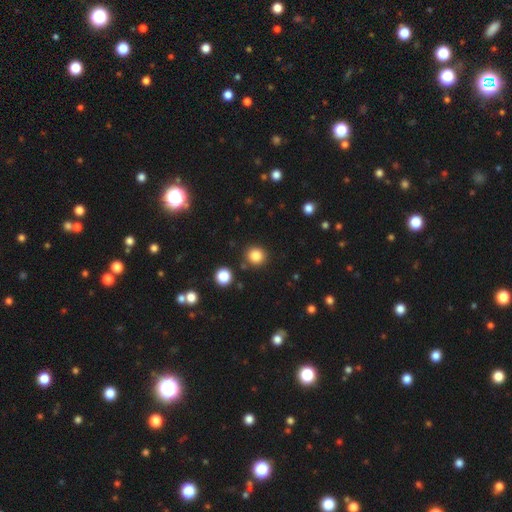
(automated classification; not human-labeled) smooth 84%, star or artifact 12%, featured or disk 4%. Down the decision tree: how rounded — round (90%); merging — none (86%).